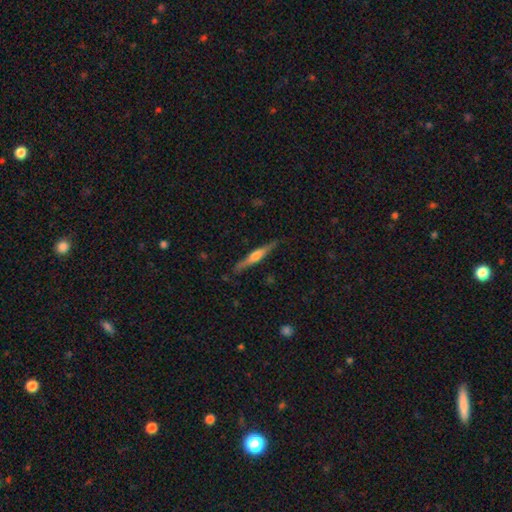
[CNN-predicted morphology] This is likely a featured or disk galaxy (62%). It is clearly viewed edge-on (97%). Edge-on bulge: likely rounded (77%). Merging: clearly none (85%).